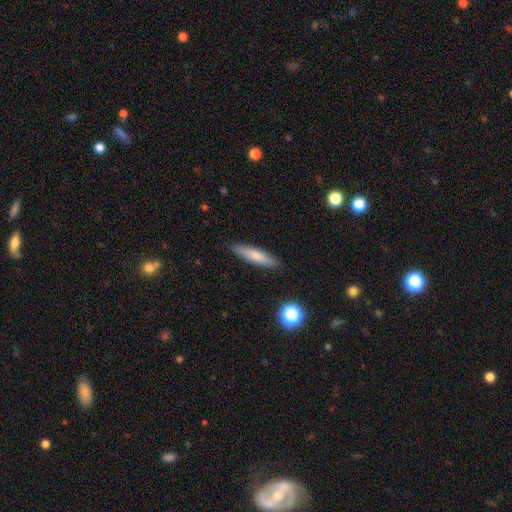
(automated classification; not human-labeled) smooth_or_featured: smooth (p=0.76) [alt: featured or disk p=0.17]
how_rounded: cigar-shaped (p=0.79) [alt: in between p=0.19]
merging: none (p=0.88) [alt: minor disturbance p=0.09]